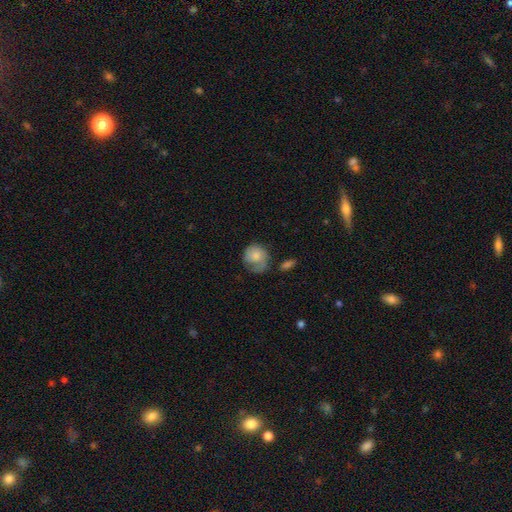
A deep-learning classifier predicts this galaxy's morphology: smooth_or_featured: smooth (p=0.63) [alt: featured or disk p=0.30]
how_rounded: round (p=0.71) [alt: in between p=0.28]
merging: none (p=0.41) [alt: minor disturbance p=0.30]